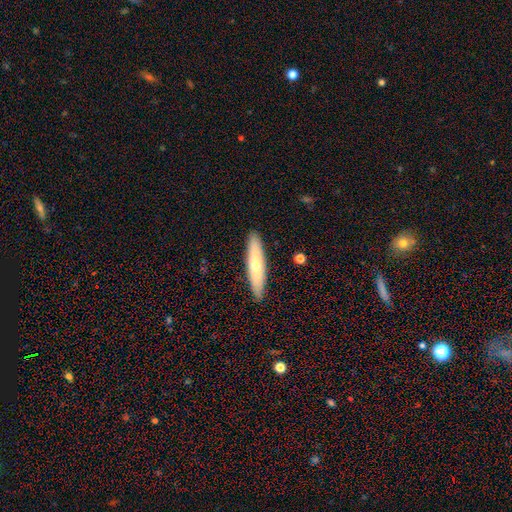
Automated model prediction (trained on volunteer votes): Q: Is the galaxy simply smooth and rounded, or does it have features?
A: smooth — 60%.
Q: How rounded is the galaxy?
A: cigar-shaped — 83%.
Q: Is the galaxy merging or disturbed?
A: none — 90%.